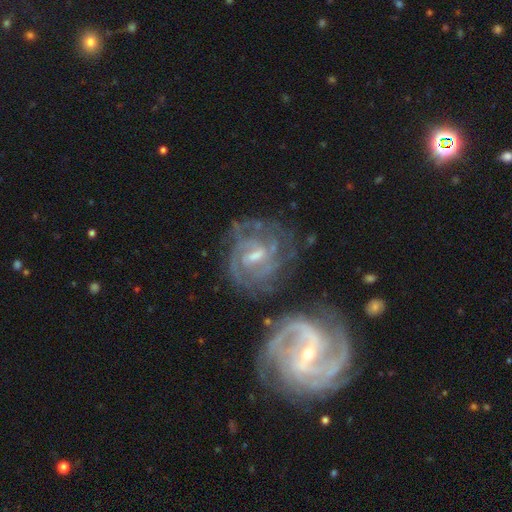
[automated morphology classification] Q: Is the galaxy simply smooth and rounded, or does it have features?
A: featured or disk — 85%.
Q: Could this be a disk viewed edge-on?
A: no — 97%.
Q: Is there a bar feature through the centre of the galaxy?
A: weak — 57%.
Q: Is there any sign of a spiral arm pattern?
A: yes — 92%.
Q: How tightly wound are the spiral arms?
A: tight — 54%.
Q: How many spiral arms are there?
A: can't tell — 33%.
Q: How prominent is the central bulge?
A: moderate — 43%.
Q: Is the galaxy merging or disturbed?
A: none — 55%.